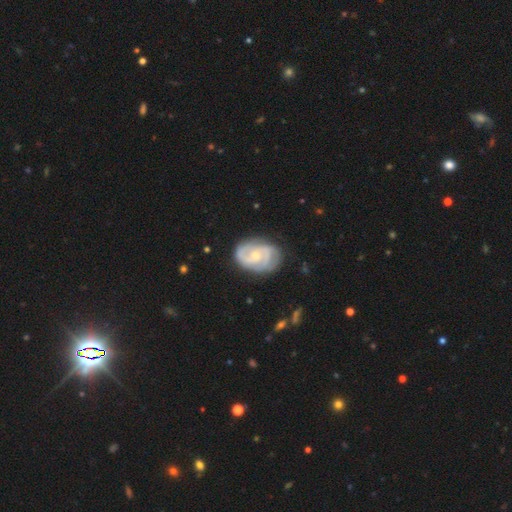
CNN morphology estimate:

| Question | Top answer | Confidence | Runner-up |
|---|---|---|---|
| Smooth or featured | featured or disk | 82% | smooth (13%) |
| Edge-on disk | no | 98% | yes (2%) |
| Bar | no | 61% | weak (33%) |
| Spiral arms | yes | 95% | no (5%) |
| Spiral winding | tight | 48% | medium (41%) |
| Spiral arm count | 2 | 57% | 3 (18%) |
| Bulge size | small | 57% | moderate (39%) |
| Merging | none | 74% | minor disturbance (18%) |